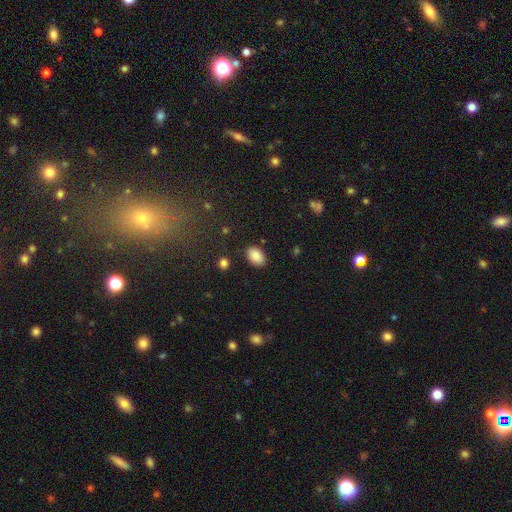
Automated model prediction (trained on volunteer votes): Morphology: type=smooth (88%); roundness=in between (88%); merging=none (86%).